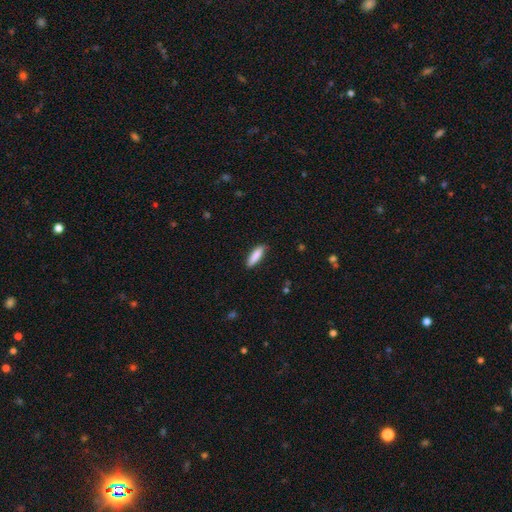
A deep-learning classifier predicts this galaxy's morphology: This is clearly a smooth galaxy (86%). How rounded: possibly cigar-shaped (57%). Merging: clearly none (82%).